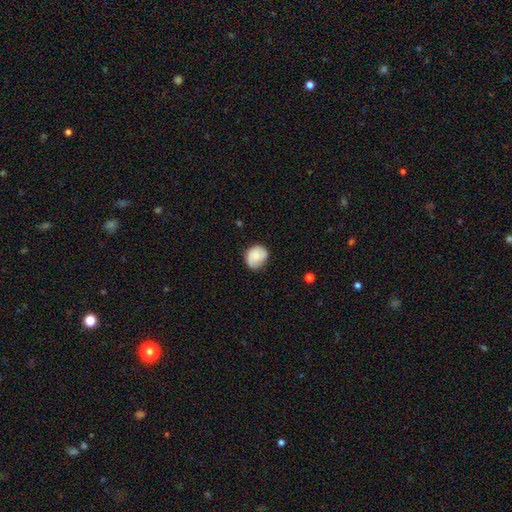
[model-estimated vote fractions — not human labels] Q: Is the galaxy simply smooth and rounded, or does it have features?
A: smooth — 72%.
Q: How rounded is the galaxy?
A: round — 62%.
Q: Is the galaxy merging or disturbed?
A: none — 65%.